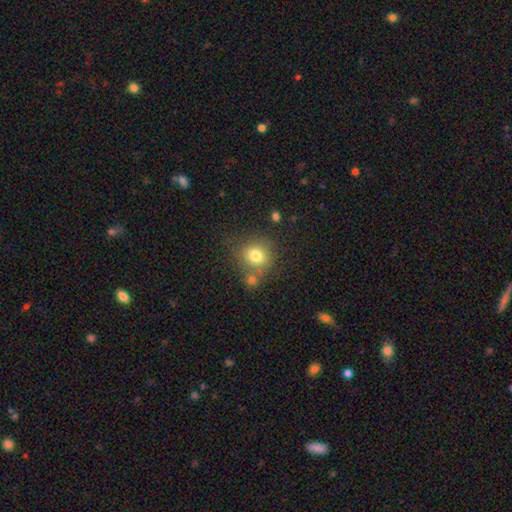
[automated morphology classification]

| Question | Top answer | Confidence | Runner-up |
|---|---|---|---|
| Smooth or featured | smooth | 77% | star or artifact (12%) |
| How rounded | round | 82% | in between (17%) |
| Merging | none | 63% | merger (18%) |